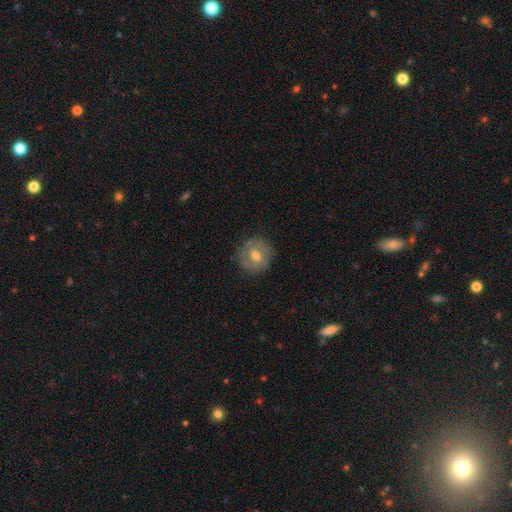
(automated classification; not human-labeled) A featured or disk galaxy (59%) with no bar (49%), spiral arms (75%) and a moderate central bulge (72%).

Vote fractions:
- Smooth or featured? featured or disk: 59% / smooth: 32% / star or artifact: 9%
- Edge-on disk? no: 96% / yes: 4%
- Bar? no: 49% / weak: 41% / strong: 10%
- Spiral arms? yes: 75% / no: 25%
- Bulge size? moderate: 72% / small: 21% / large: 4% / none: 1% / dominant: 1%
- Merging? none: 83% / minor disturbance: 12% / major disturbance: 4% / merger: 1%